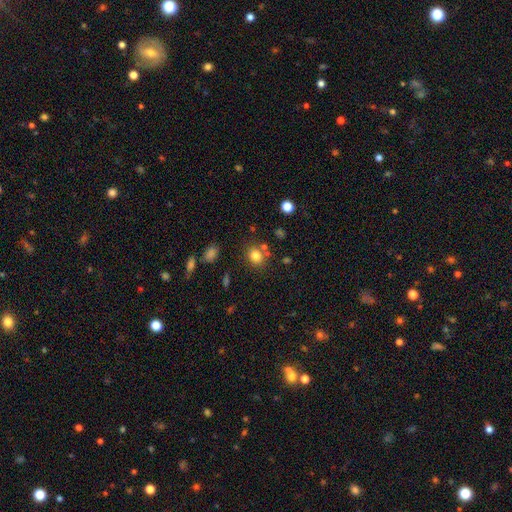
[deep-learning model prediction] The model was most divided on "how rounded": round: 67%, in between: 32%, cigar-shaped: 1%. More confident: smooth or featured — smooth (80%); merging — none (74%).